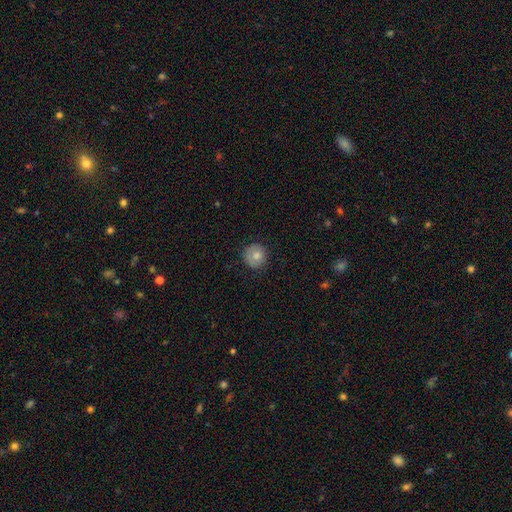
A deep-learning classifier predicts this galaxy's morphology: smooth-or-featured: smooth: 77% | featured or disk: 14% | star or artifact: 8%
  how-rounded: round: 91% | in between: 8% | cigar-shaped: 1%
  merging: none: 81% | minor disturbance: 14% | major disturbance: 3% | merger: 1%